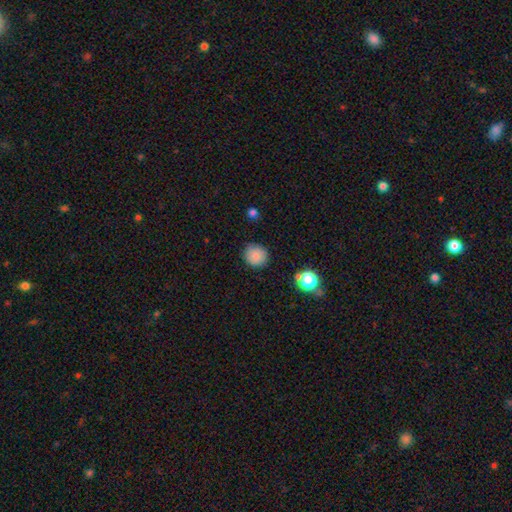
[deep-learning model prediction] Q: Smooth or featured?
A: smooth (83%); runner-up: star or artifact (11%)
Q: How rounded?
A: round (92%); runner-up: in between (7%)
Q: Merging?
A: none (84%); runner-up: minor disturbance (12%)